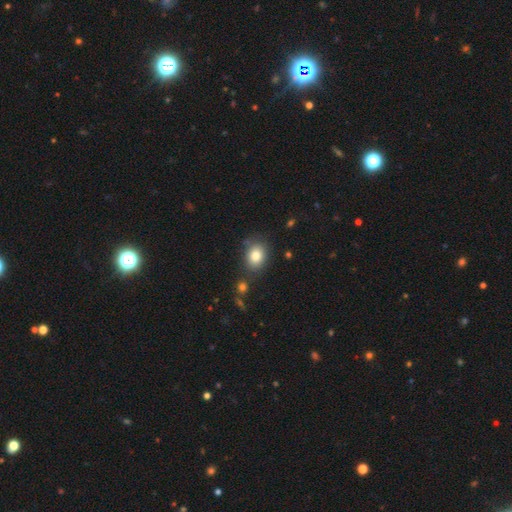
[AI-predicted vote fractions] This is clearly a smooth galaxy (81%). How rounded: possibly in between (52%). Merging: likely none (79%).